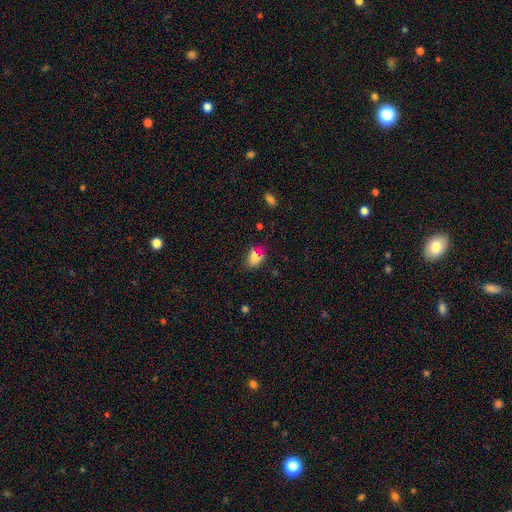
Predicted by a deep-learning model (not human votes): smooth 76%, star or artifact 14%, featured or disk 10%. Down the decision tree: how rounded — in between (69%); merging — none (75%).